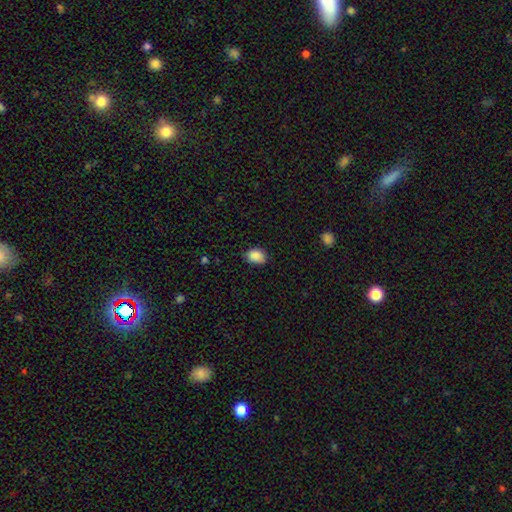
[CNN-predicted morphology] Smooth or featured?
  - smooth: 88% *
  - star or artifact: 8%
  - featured or disk: 4%
How rounded?
  - in between: 67% *
  - round: 32%
  - cigar-shaped: 1%
Merging?
  - none: 77% *
  - minor disturbance: 19%
  - major disturbance: 3%
  - merger: 1%